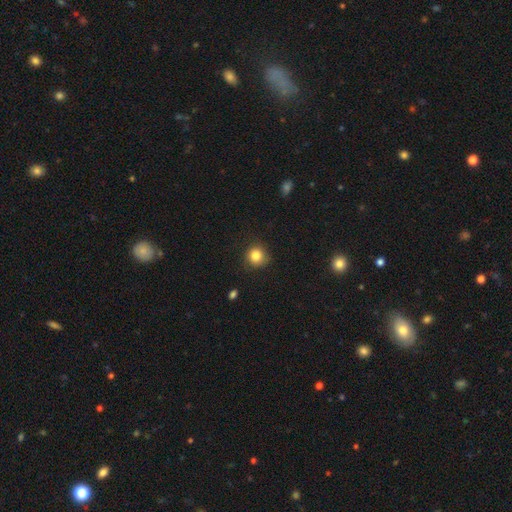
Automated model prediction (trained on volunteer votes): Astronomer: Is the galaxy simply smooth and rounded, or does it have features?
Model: smooth — 83%.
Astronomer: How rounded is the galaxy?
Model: round — 89%.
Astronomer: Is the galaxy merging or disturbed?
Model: none — 82%.